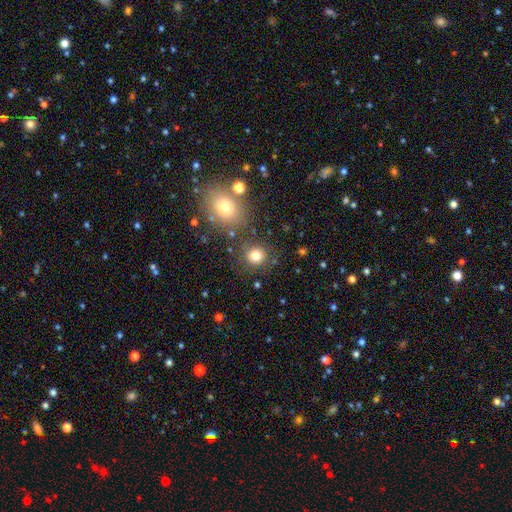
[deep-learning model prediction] Overall: smooth (78%). How rounded: round (88%). Merging: none (80%).